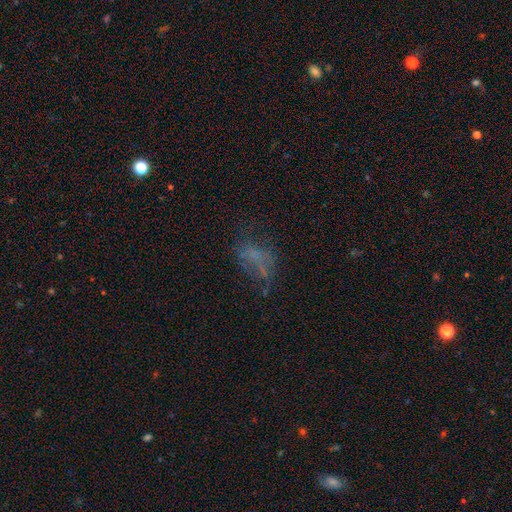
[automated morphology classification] A smooth galaxy with no disk features (40%). Merging: none (45%).